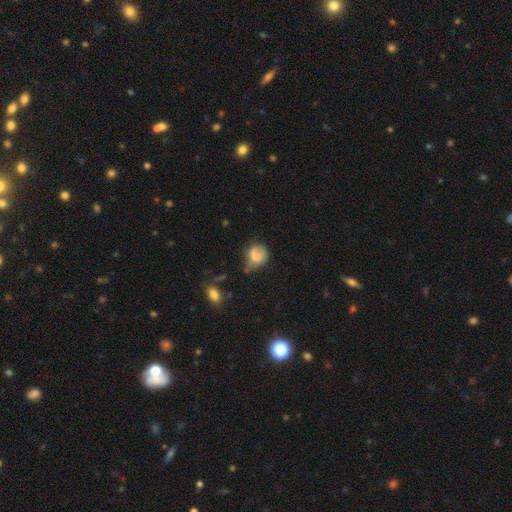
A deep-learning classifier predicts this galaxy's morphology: This appears to be a smooth galaxy with no disk features (70%) that is round (62%). Merging: none (38%).